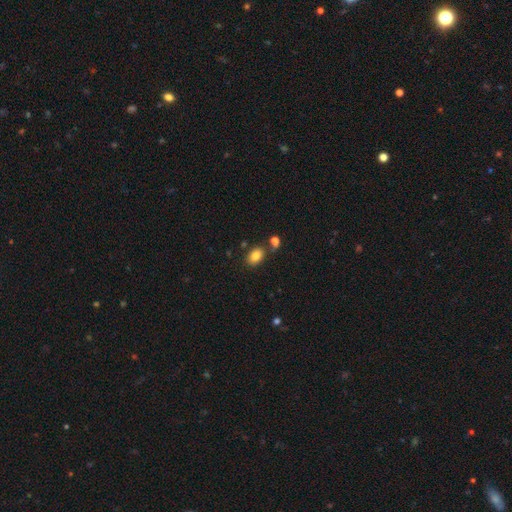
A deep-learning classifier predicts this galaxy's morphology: smooth 83%, star or artifact 9%, featured or disk 8%. Down the decision tree: how rounded — in between (84%); merging — none (72%).